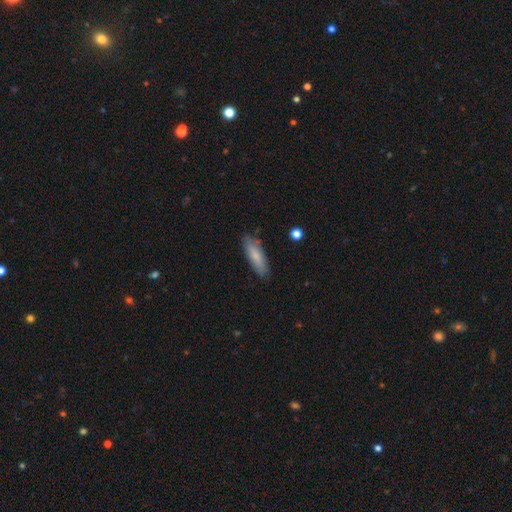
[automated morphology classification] Smooth or featured? Predicted: smooth (p=0.78). How rounded? Predicted: cigar-shaped (p=0.52). Merging? Predicted: none (p=0.82).